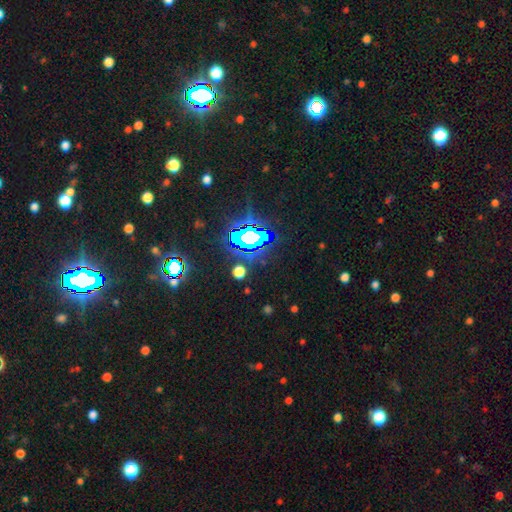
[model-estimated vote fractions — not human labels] smooth_or_featured: star or artifact (p=0.81) [alt: smooth p=0.12]